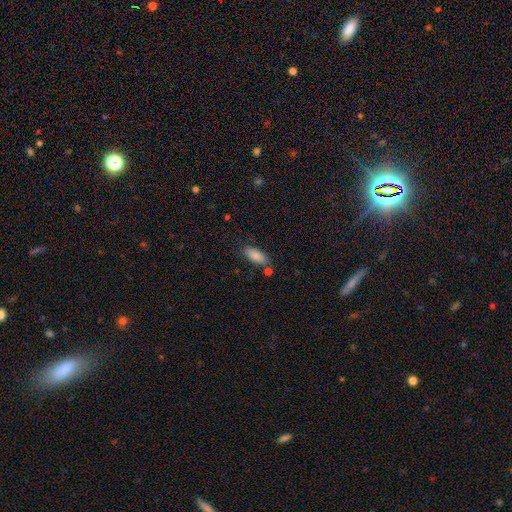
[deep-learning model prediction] Q: Smooth or featured?
A: smooth (85%); runner-up: featured or disk (7%)
Q: How rounded?
A: in between (83%); runner-up: cigar-shaped (15%)
Q: Merging?
A: none (71%); runner-up: minor disturbance (15%)